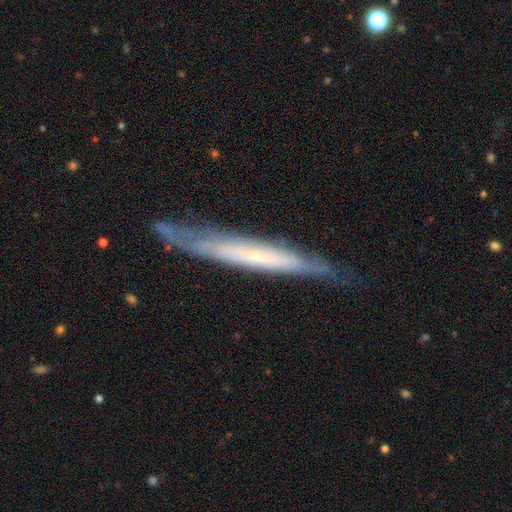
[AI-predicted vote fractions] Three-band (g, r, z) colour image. It shows a featured or disk galaxy (67%) viewed edge-on (78%) with no central bulge (69%). Merging: none (75%).